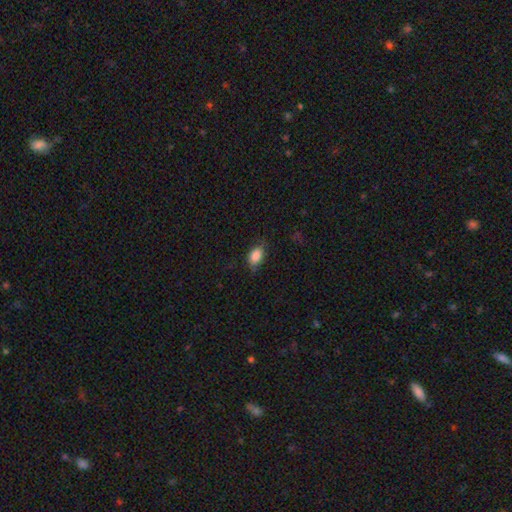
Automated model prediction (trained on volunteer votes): A smooth galaxy with no disk features (85%) that is in between round and cigar-shaped (88%). Merging: none (71%).